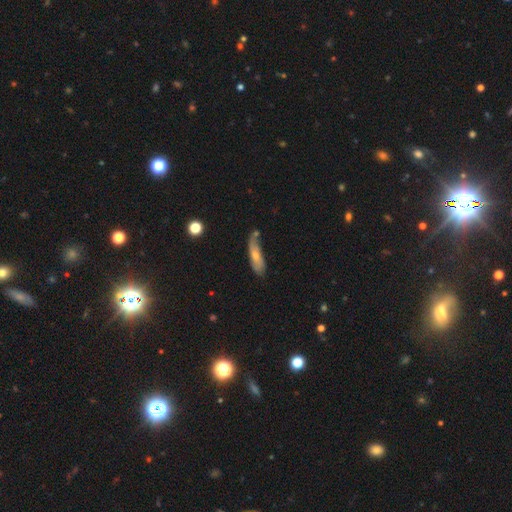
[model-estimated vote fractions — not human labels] Smooth or featured? Predicted: smooth (p=0.55). How rounded? Predicted: cigar-shaped (p=0.51). Merging? Predicted: none (p=0.45).